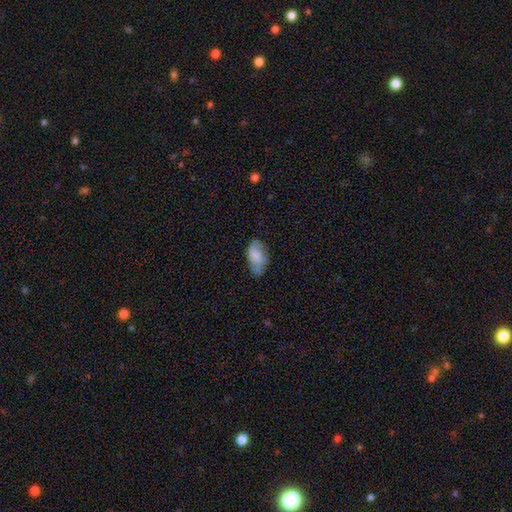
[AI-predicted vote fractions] Q: Smooth or featured?
A: smooth (73%); runner-up: featured or disk (20%)
Q: How rounded?
A: in between (93%); runner-up: round (4%)
Q: Merging?
A: none (56%); runner-up: minor disturbance (32%)